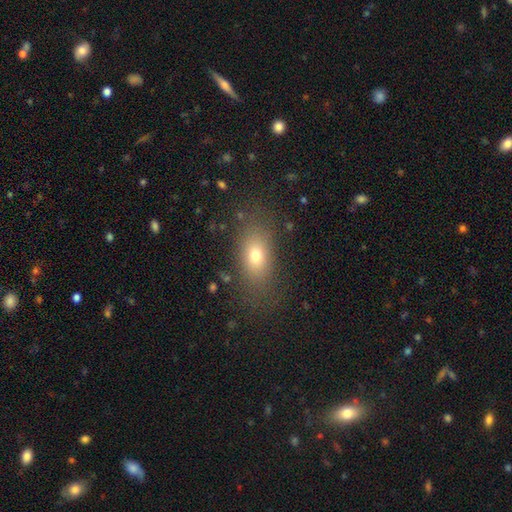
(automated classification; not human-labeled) Q: Smooth or featured?
A: smooth (71%); runner-up: featured or disk (15%)
Q: How rounded?
A: in between (79%); runner-up: round (14%)
Q: Merging?
A: none (81%); runner-up: minor disturbance (12%)